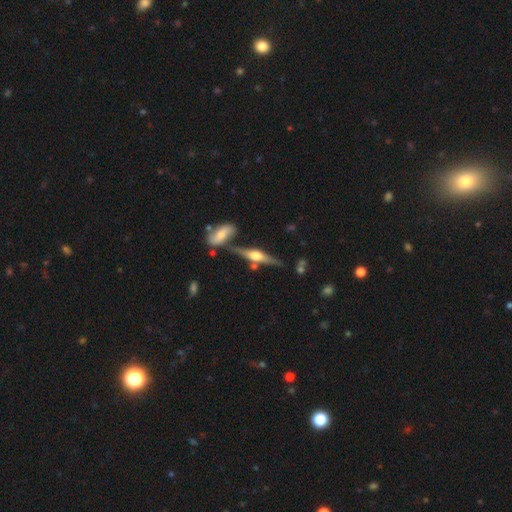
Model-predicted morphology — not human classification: A featured or disk galaxy (73%) viewed edge-on (95%) with a rounded central bulge (91%). Merging: none (68%).